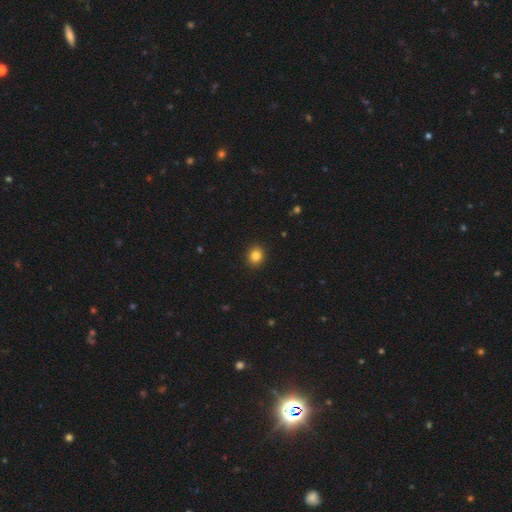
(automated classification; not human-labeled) This is clearly a smooth galaxy (85%). How rounded: likely round (73%). Merging: clearly none (92%).